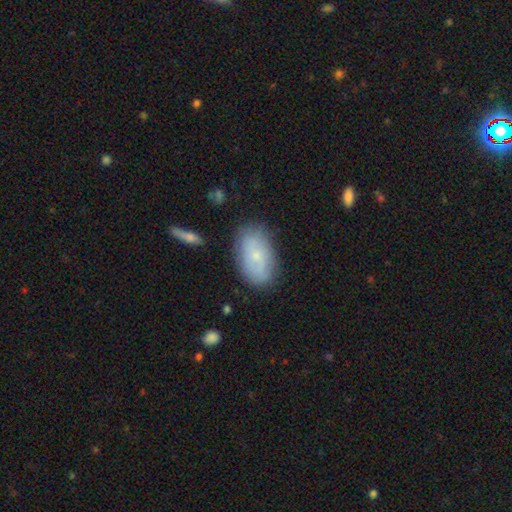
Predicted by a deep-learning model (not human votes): smooth_or_featured: smooth (p=0.60) [alt: featured or disk p=0.33]
how_rounded: in between (p=0.92) [alt: round p=0.06]
merging: none (p=0.77) [alt: minor disturbance p=0.17]